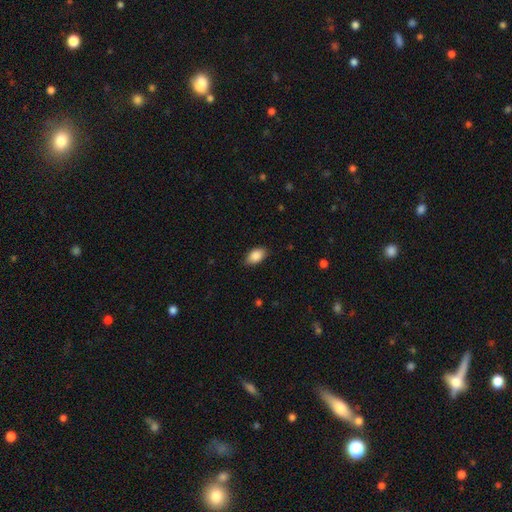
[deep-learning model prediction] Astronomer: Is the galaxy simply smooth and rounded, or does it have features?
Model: smooth — 88%.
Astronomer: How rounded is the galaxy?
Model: in between — 91%.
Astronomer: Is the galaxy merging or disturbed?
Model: none — 85%.